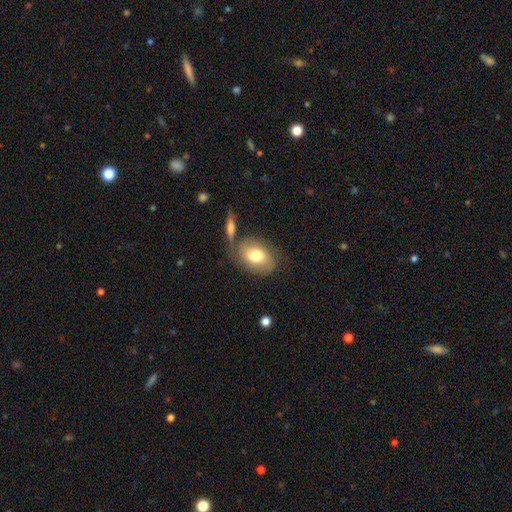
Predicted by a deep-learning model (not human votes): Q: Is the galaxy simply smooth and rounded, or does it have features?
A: smooth — 66%.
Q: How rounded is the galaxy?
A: in between — 78%.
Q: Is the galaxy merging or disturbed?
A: none — 61%.